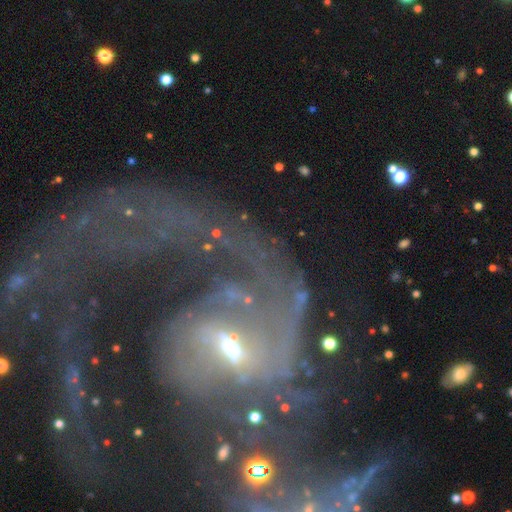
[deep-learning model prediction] A featured or disk galaxy (79%) with a weak bar (43%), 2 (51%) loose (48%) spiral arms (83%) and a small central bulge (52%).

Vote fractions:
- Smooth or featured? featured or disk: 79% / star or artifact: 12% / smooth: 10%
- Edge-on disk? no: 96% / yes: 4%
- Bar? weak: 43% / no: 35% / strong: 22%
- Spiral arms? yes: 83% / no: 17%
- Spiral winding? loose: 48% / medium: 33% / tight: 18%
- Spiral arm count? 2: 51% / 1: 19% / can't tell: 14% / 3: 6% / 4: 5% / more than 4: 5%
- Bulge size? small: 52% / moderate: 38% / large: 4% / none: 4% / dominant: 2%
- Merging? major disturbance: 42% / none: 30% / merger: 17% / minor disturbance: 12%